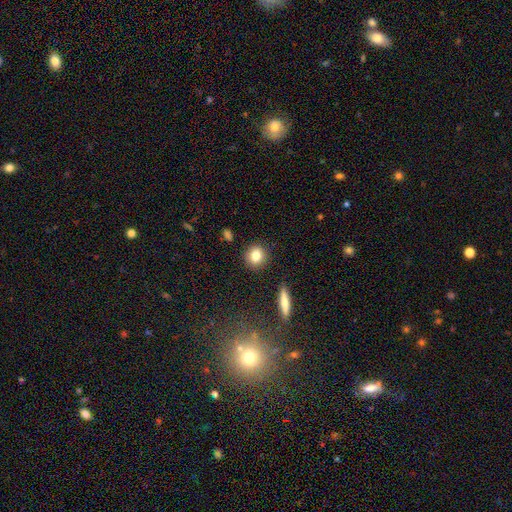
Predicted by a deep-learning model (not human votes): smooth_or_featured: smooth (p=0.81) [alt: star or artifact p=0.09]
how_rounded: round (p=0.83) [alt: in between p=0.16]
merging: none (p=0.89) [alt: minor disturbance p=0.07]